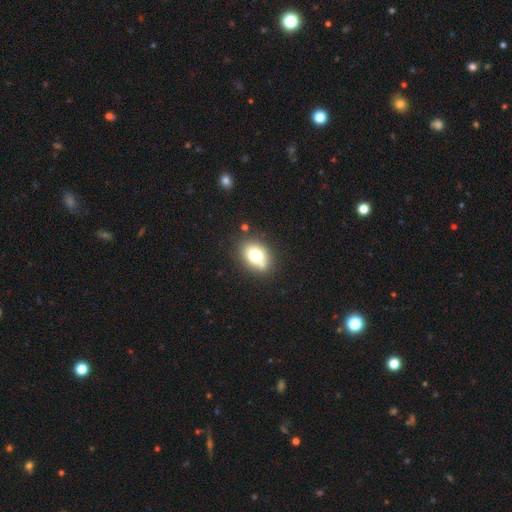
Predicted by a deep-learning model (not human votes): Smooth or featured?
  - smooth: 74% *
  - featured or disk: 16%
  - star or artifact: 10%
How rounded?
  - in between: 70% *
  - round: 29%
  - cigar-shaped: 1%
Merging?
  - none: 70% *
  - minor disturbance: 16%
  - merger: 10%
  - major disturbance: 4%